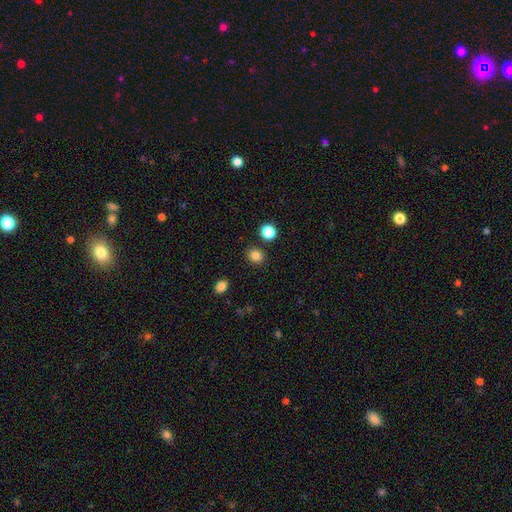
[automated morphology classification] Smooth or featured? smooth (84%)
How rounded? round (72%)
Merging? none (87%)